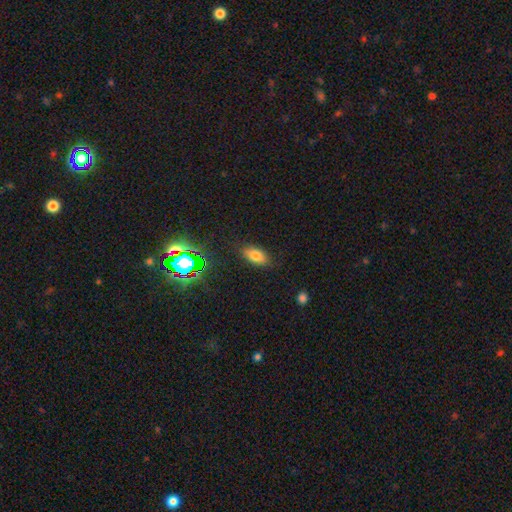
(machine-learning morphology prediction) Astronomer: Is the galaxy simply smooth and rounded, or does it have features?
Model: smooth — 74%.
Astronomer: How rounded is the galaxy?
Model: in between — 87%.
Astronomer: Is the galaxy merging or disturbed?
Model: none — 84%.